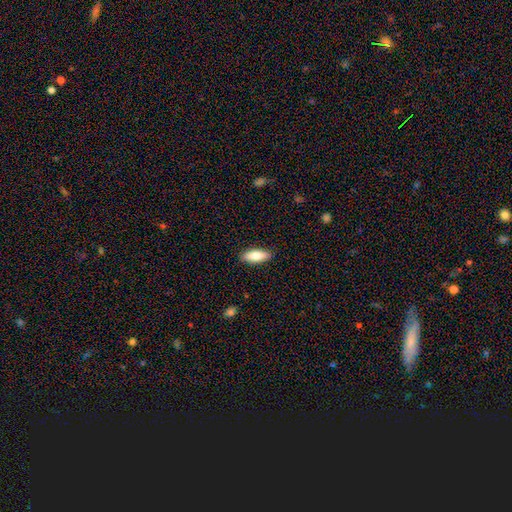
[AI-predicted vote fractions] The model was most divided on "how rounded": in between: 71%, cigar-shaped: 27%, round: 2%. More confident: merging — none (89%); smooth or featured — smooth (80%).